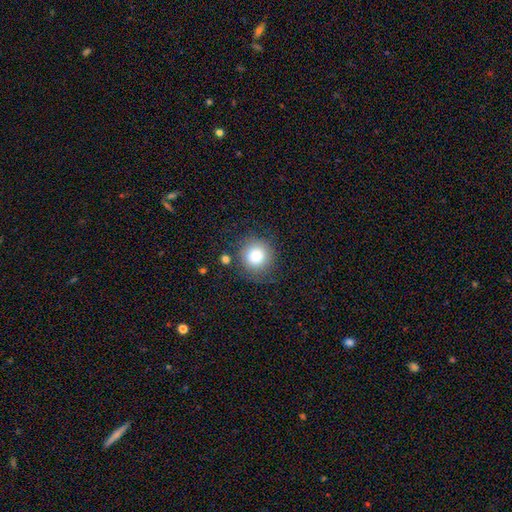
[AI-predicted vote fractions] Morphology: type=smooth (84%); roundness=round (91%); merging=none (77%).